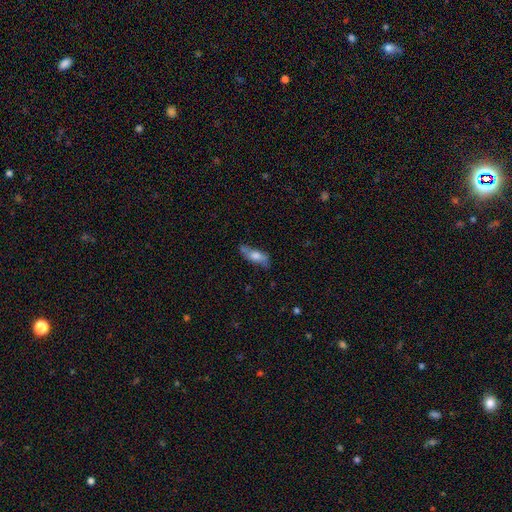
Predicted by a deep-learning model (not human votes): Smooth or featured: smooth — 60% (featured or disk — 33%)
How rounded: in between — 62% (cigar-shaped — 35%)
Merging: none — 56% (minor disturbance — 26%)